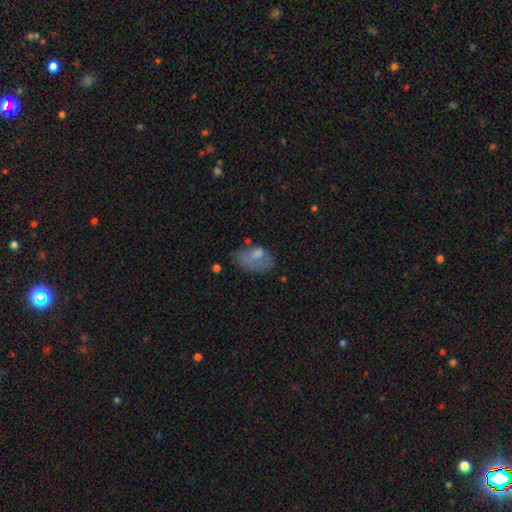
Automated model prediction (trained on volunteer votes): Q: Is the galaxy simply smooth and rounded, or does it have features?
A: smooth — 65%.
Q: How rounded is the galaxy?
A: in between — 87%.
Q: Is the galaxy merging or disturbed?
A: none — 36%.